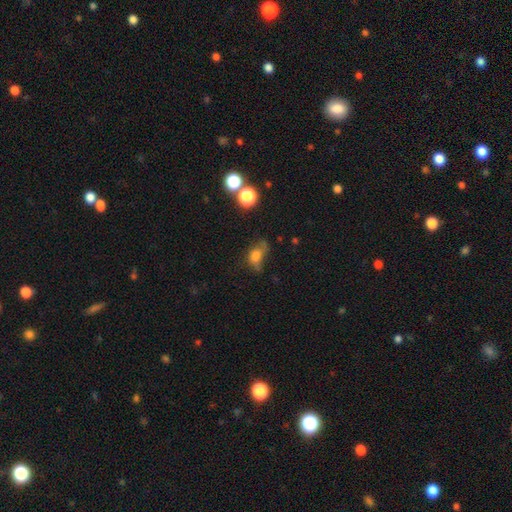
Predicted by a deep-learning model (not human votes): smooth-or-featured: smooth: 65% | featured or disk: 20% | star or artifact: 15%
  how-rounded: in between: 65% | round: 32% | cigar-shaped: 3%
  merging: none: 32% (tied) | major disturbance: 32% (tied) | minor disturbance: 30% | merger: 6%